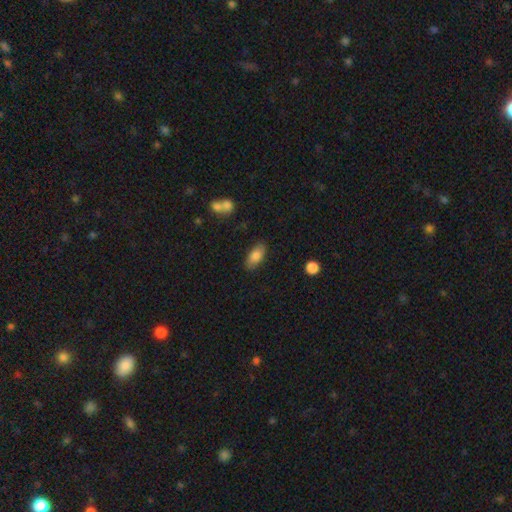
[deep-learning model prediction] Smooth or featured? Predicted: smooth (p=0.82). How rounded? Predicted: in between (p=0.88). Merging? Predicted: none (p=0.83).